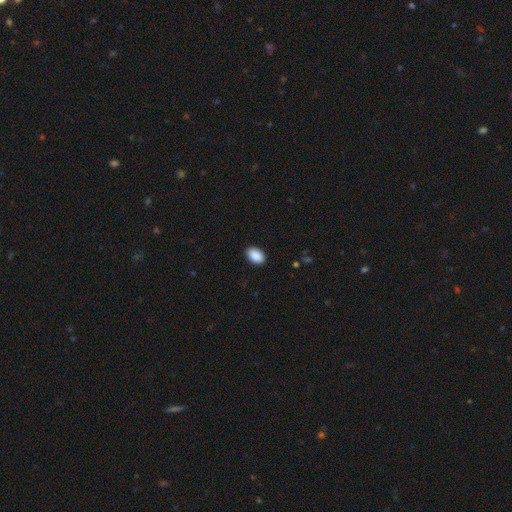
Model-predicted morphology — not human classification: Overall: smooth (91%). How rounded: in between (90%). Merging: none (89%).